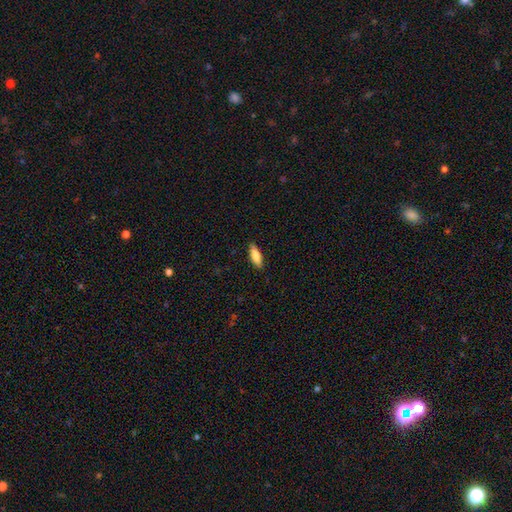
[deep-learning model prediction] This appears to be a smooth galaxy with no disk features (81%) that is in between round and cigar-shaped (60%). Merging: none (87%).